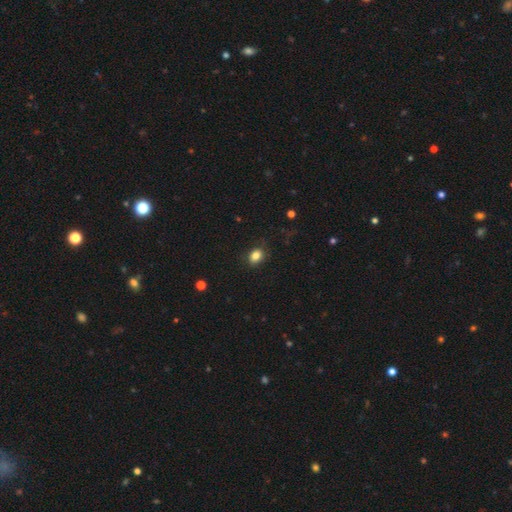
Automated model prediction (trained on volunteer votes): This appears to be a smooth galaxy with no disk features (84%) that is in between round and cigar-shaped (57%). Merging: none (82%).